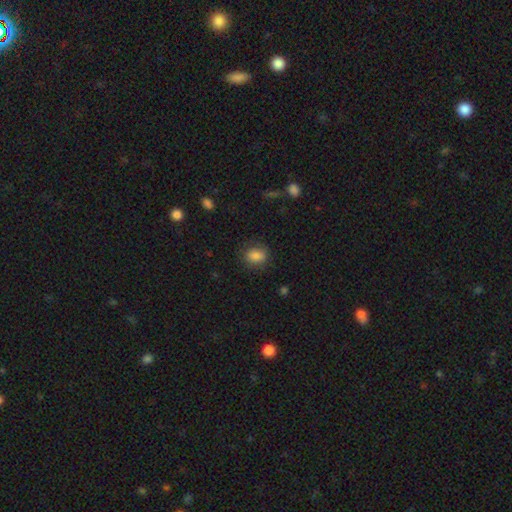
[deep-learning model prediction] Smooth or featured?
  - smooth: 84% *
  - star or artifact: 9%
  - featured or disk: 7%
How rounded?
  - in between: 56% *
  - round: 43%
  - cigar-shaped: 1%
Merging?
  - none: 80% *
  - minor disturbance: 14%
  - major disturbance: 5%
  - merger: 1%